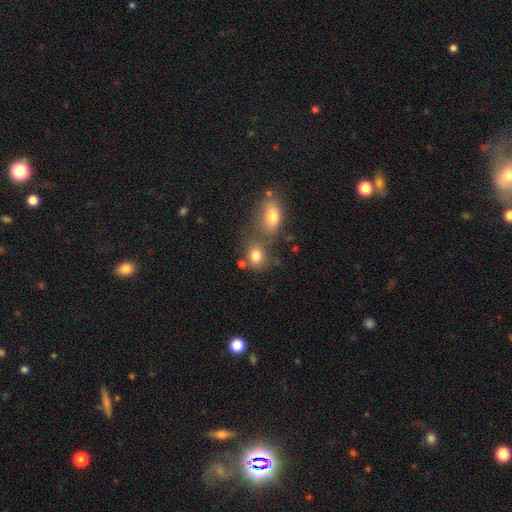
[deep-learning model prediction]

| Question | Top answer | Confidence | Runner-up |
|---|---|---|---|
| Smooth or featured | smooth | 79% | star or artifact (11%) |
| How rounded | round | 50% | in between (49%) |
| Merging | none | 43% | merger (41%) |